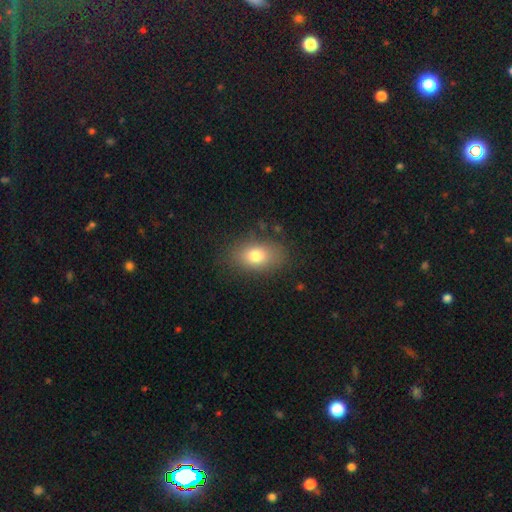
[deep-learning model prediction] Smooth or featured? Predicted: smooth (p=0.77). How rounded? Predicted: in between (p=0.83). Merging? Predicted: none (p=0.81).